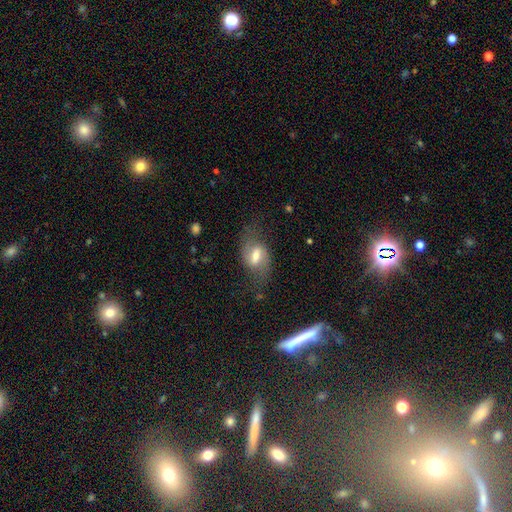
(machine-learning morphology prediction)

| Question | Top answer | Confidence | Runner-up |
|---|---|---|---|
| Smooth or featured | featured or disk | 65% | smooth (26%) |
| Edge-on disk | no | 93% | yes (7%) |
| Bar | weak | 49% | strong (37%) |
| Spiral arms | yes | 84% | no (16%) |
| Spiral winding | loose | 59% | medium (33%) |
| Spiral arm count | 2 | 88% | can't tell (6%) |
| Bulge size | moderate | 57% | small (26%) |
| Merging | none | 68% | minor disturbance (18%) |